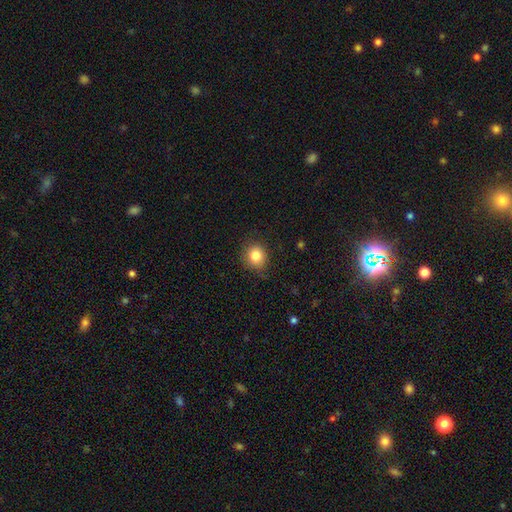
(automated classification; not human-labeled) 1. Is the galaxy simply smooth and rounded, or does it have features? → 83% smooth, 10% star or artifact, 6% featured or disk.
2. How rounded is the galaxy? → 81% round, 19% in between, 1% cigar-shaped.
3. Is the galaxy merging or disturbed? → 82% none, 14% minor disturbance, 3% major disturbance, 1% merger.